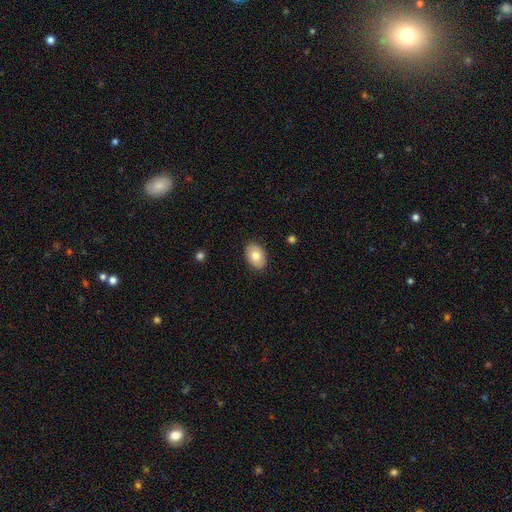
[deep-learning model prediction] This is likely a smooth galaxy (77%). How rounded: clearly in between (87%). Merging: clearly none (88%).